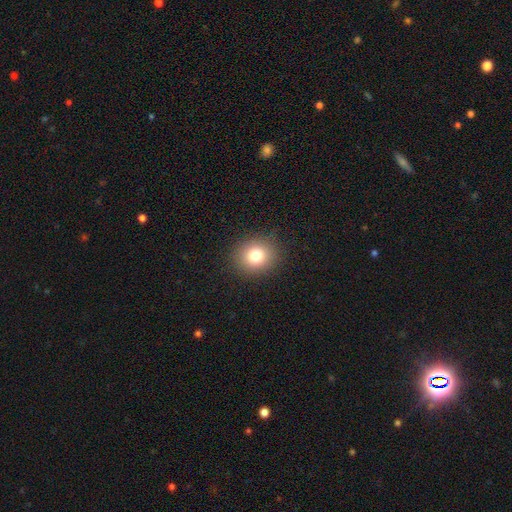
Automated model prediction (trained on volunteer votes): A smooth galaxy with no disk features (79%) that is round (77%).

Vote fractions:
- Smooth or featured? smooth: 79% / star or artifact: 12% / featured or disk: 9%
- How rounded? round: 77% / in between: 22% / cigar-shaped: 1%
- Merging? none: 89% / minor disturbance: 7% / major disturbance: 3% / merger: 1%